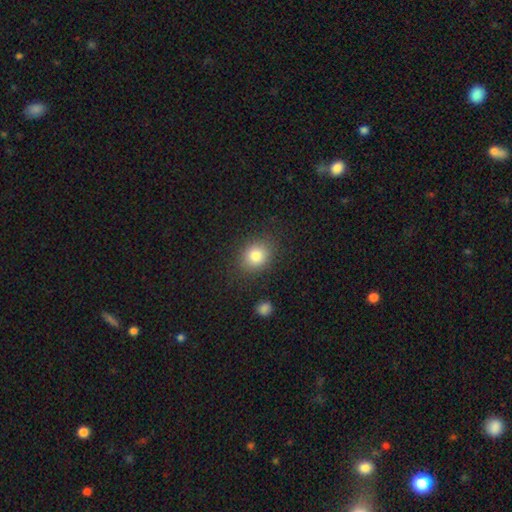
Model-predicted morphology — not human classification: type=smooth (82%); roundness=round (62%); merging=none (84%).